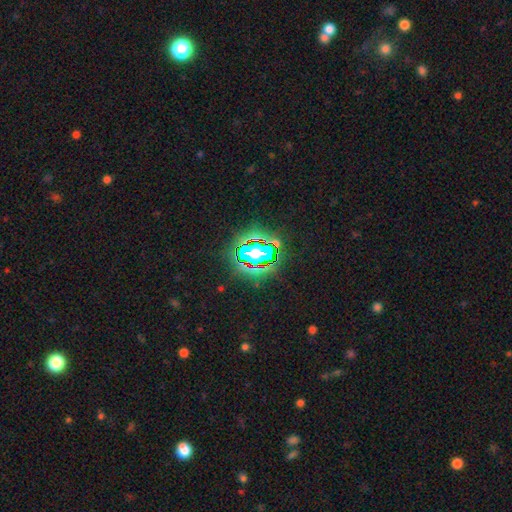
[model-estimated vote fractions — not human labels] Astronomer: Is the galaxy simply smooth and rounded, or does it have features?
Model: star or artifact — 65%.